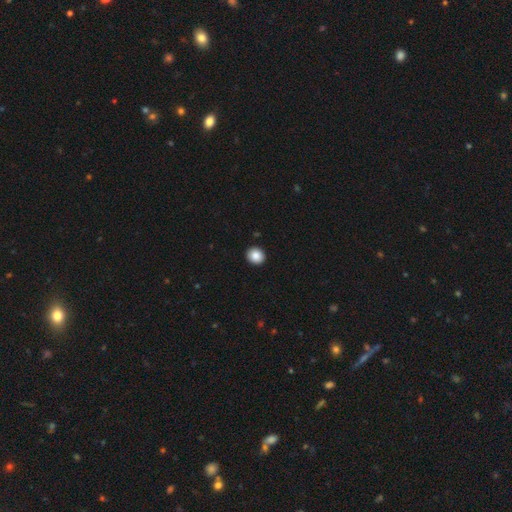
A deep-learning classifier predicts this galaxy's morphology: smooth 88%, star or artifact 8%, featured or disk 3%. Down the decision tree: how rounded — round (80%); merging — none (93%).